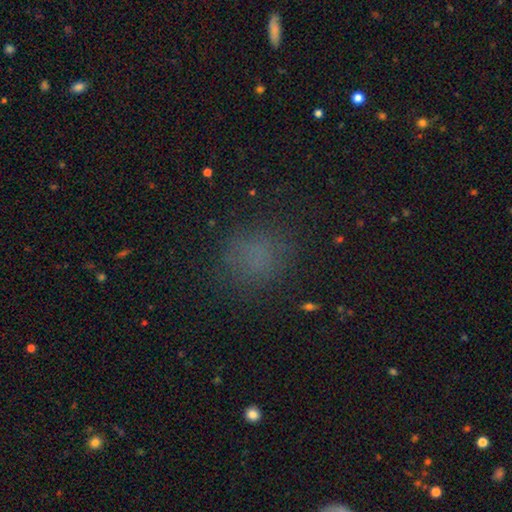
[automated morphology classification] Q: Smooth or featured?
A: smooth (71%); runner-up: star or artifact (23%)
Q: How rounded?
A: round (81%); runner-up: in between (17%)
Q: Merging?
A: none (82%); runner-up: minor disturbance (11%)